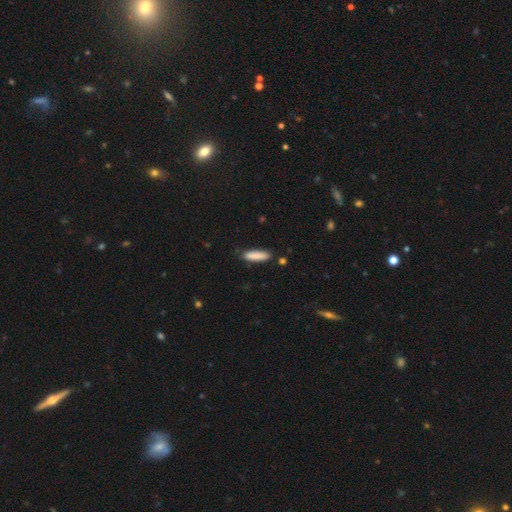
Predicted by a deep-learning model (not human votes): This is clearly a smooth galaxy (87%). How rounded: likely cigar-shaped (68%). Merging: clearly none (84%).